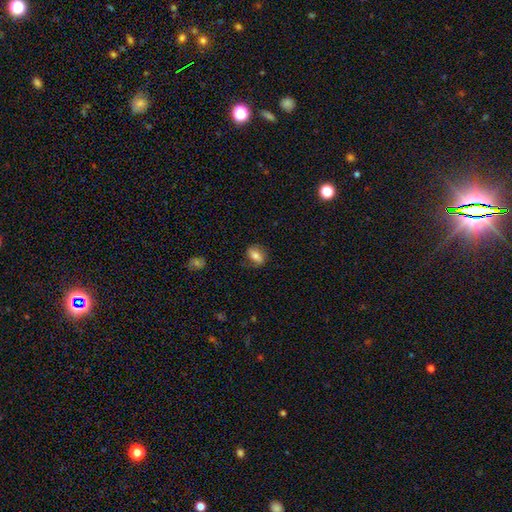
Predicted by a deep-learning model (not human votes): This is likely a smooth galaxy (68%). How rounded: likely in between (78%). Merging: likely none (72%).